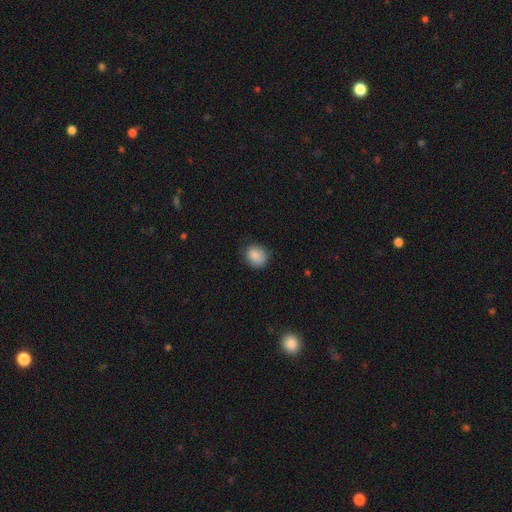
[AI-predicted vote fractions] The model was most divided on "how rounded": round: 64%, in between: 35%, cigar-shaped: 1%. More confident: smooth or featured — smooth (87%); merging — none (74%).